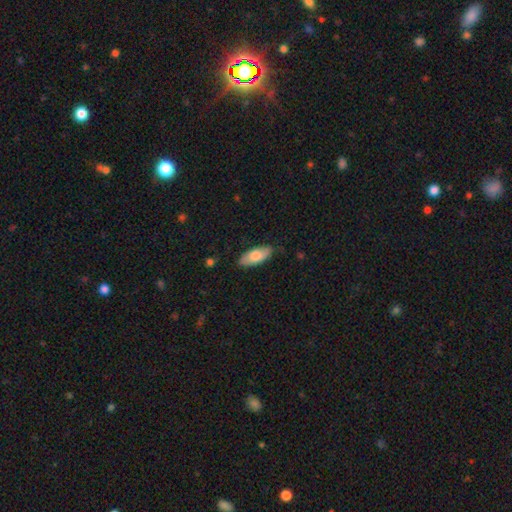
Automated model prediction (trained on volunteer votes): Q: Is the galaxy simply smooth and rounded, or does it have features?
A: smooth — 74%.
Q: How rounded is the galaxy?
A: in between — 84%.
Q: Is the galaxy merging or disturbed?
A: none — 82%.